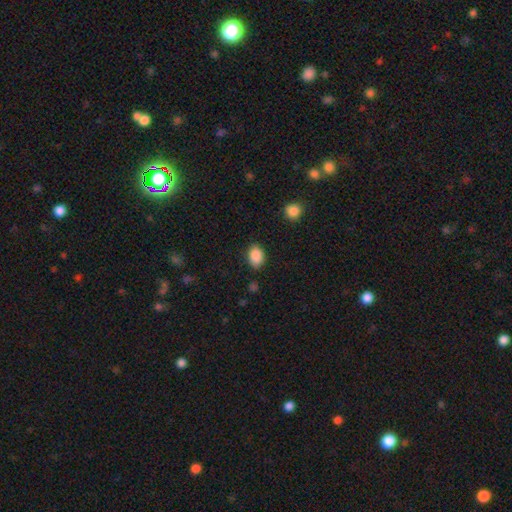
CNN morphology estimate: A smooth galaxy with no disk features (89%) that is in between round and cigar-shaped (79%).

Vote fractions:
- Smooth or featured? smooth: 89% / star or artifact: 8% / featured or disk: 3%
- How rounded? in between: 79% / round: 20% / cigar-shaped: 1%
- Merging? none: 82% / minor disturbance: 13% / major disturbance: 3% / merger: 2%